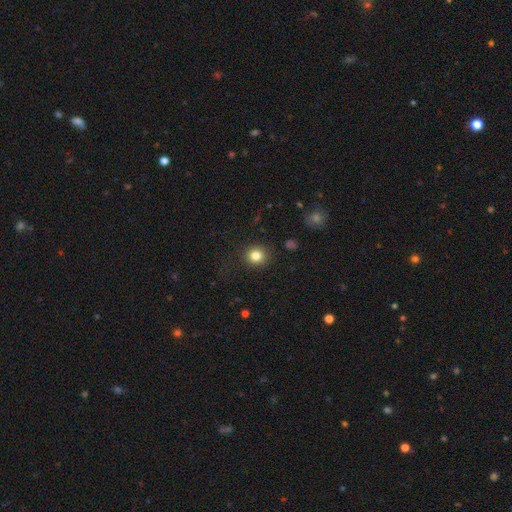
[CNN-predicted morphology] type=smooth (82%); roundness=round (87%); merging=none (88%).